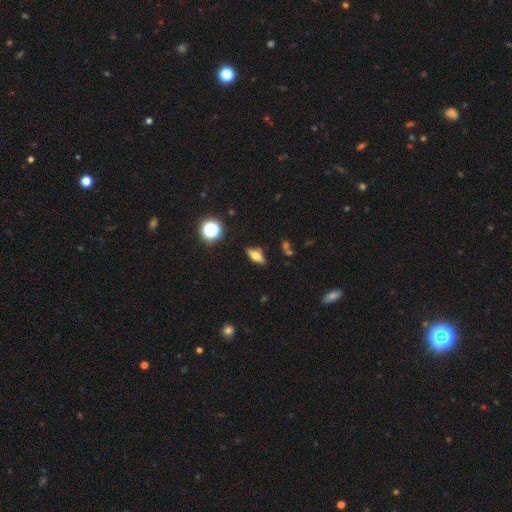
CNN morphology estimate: Smooth or featured? Predicted: smooth (p=0.51). How rounded? Predicted: in between (p=0.68). Merging? Predicted: none (p=0.79).